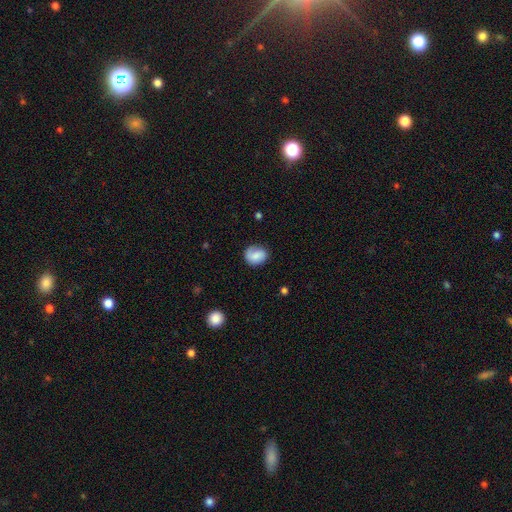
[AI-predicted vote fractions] smooth 68%, featured or disk 24%, star or artifact 8%. Down the decision tree: how rounded — round (64%); merging — none (70%).